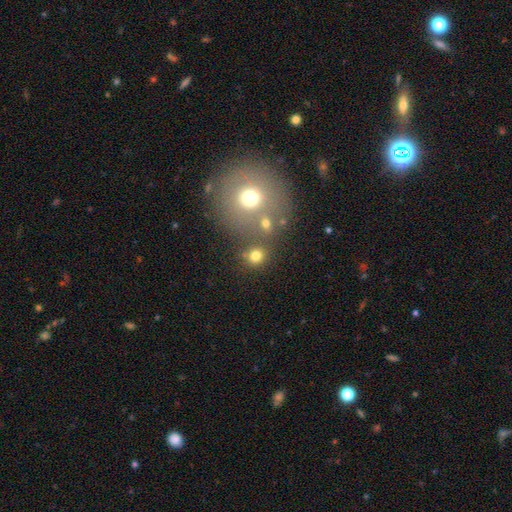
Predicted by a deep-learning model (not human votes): This is likely a smooth galaxy (77%). How rounded: clearly round (84%). Merging: likely none (68%).